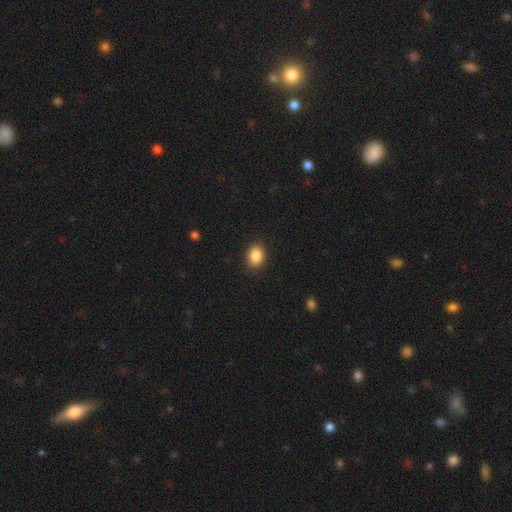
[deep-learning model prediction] This is clearly a smooth galaxy (88%). How rounded: possibly in between (59%). Merging: clearly none (90%).